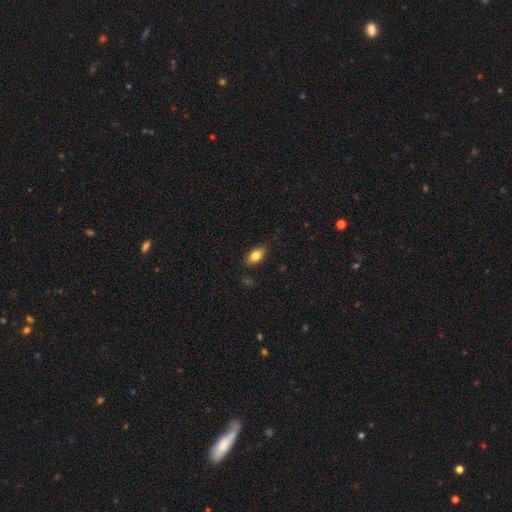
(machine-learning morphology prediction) Smooth or featured? Predicted: smooth (p=0.82). How rounded? Predicted: in between (p=0.89). Merging? Predicted: none (p=0.84).